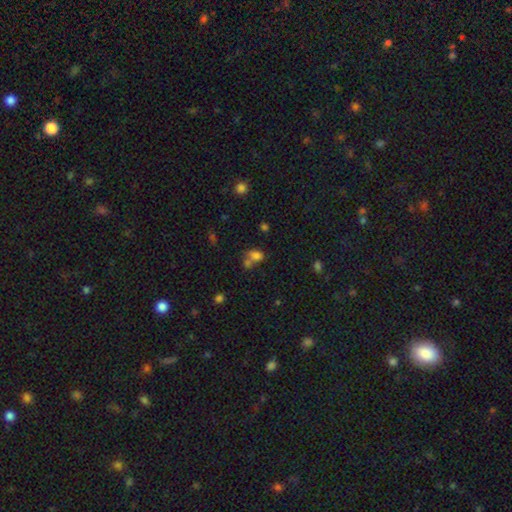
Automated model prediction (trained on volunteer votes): The model was most divided on "merging": merger: 49%, none: 32%, minor disturbance: 11%, major disturbance: 7%. More confident: smooth or featured — smooth (74%); how rounded — in between (71%).